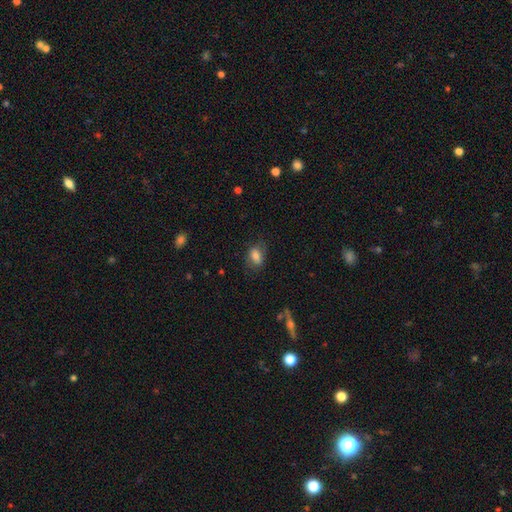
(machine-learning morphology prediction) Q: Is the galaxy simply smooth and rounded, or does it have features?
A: smooth — 77%.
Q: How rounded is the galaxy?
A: in between — 82%.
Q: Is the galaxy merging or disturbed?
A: none — 67%.